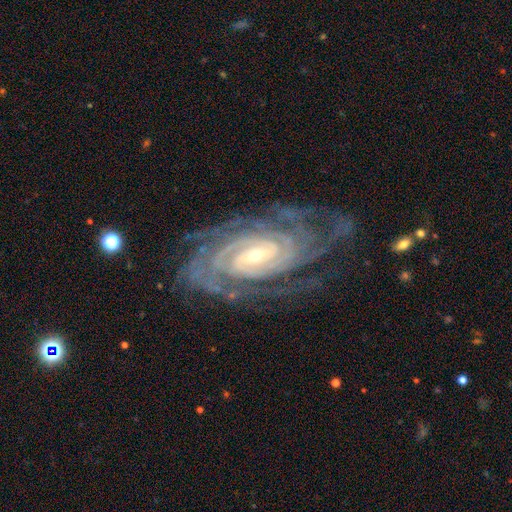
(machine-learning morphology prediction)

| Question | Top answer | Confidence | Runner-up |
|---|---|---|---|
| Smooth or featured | featured or disk | 92% | star or artifact (5%) |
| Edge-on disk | no | 96% | yes (4%) |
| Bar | weak | 41% | no (31%) |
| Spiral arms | yes | 98% | no (2%) |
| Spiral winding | tight | 81% | medium (16%) |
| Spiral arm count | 2 | 22% | 4 (21%) |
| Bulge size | small | 70% | moderate (27%) |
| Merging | none | 73% | minor disturbance (18%) |